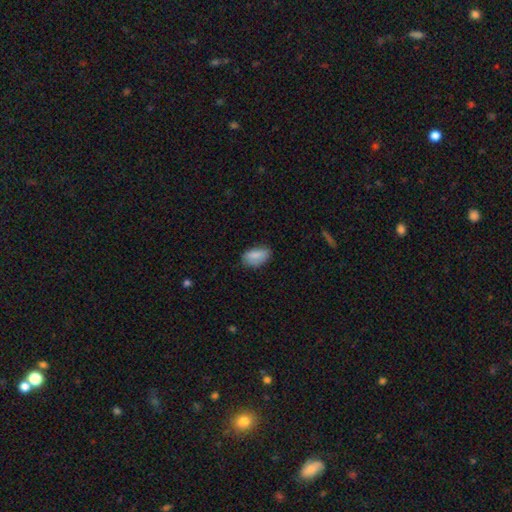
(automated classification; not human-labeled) Smooth or featured: smooth — 84% (featured or disk — 9%)
How rounded: in between — 92% (round — 4%)
Merging: none — 73% (minor disturbance — 22%)